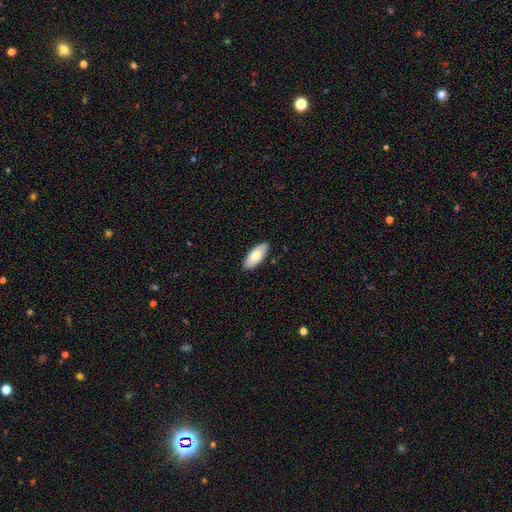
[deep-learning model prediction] Overall: smooth (69%). How rounded: in between (88%). Merging: none (87%).